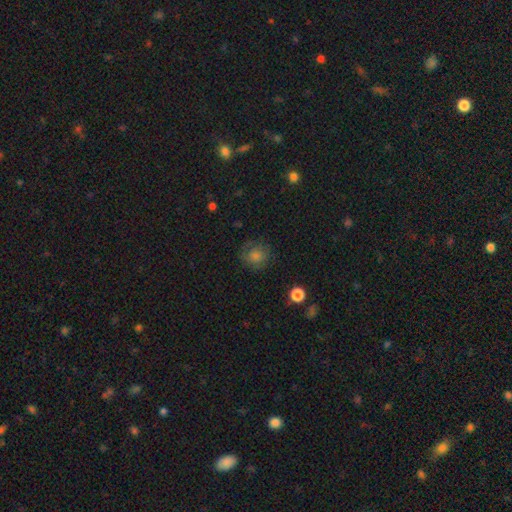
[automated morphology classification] Q: Smooth or featured?
A: smooth (67%); runner-up: star or artifact (19%)
Q: How rounded?
A: round (86%); runner-up: in between (13%)
Q: Merging?
A: none (77%); runner-up: minor disturbance (15%)